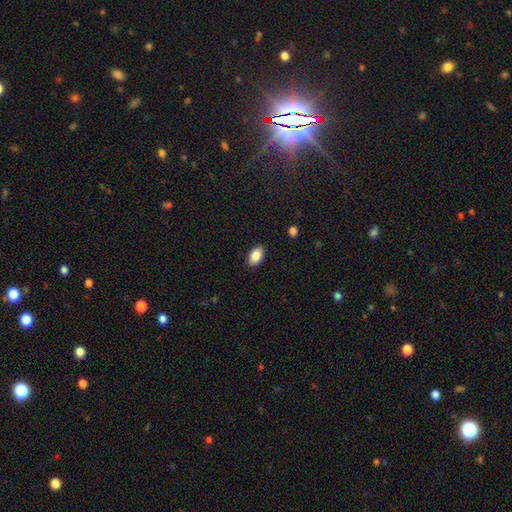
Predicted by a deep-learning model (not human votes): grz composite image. It shows a smooth galaxy with no disk features (87%) that is in between round and cigar-shaped (93%). Merging: none (88%).